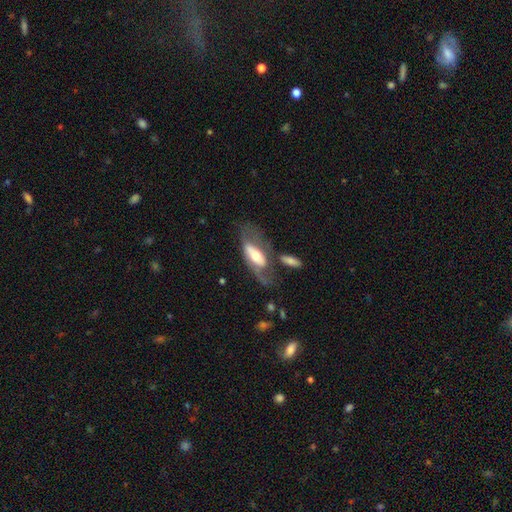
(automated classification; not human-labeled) Smooth or featured? featured or disk (61%)
Edge-on disk? no (81%)
Merging? none (40%)